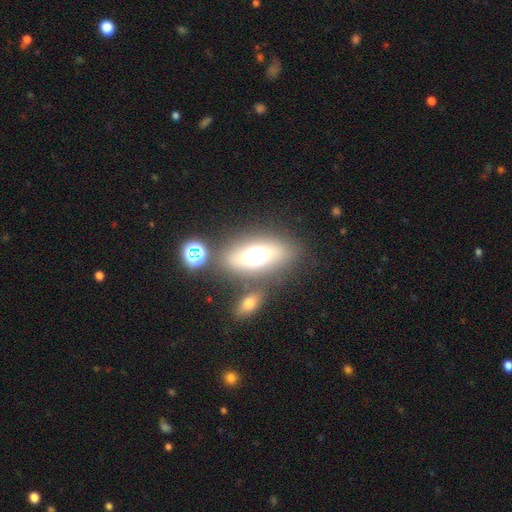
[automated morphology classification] smooth_or_featured: smooth (p=0.57) [alt: featured or disk p=0.26]
how_rounded: in between (p=0.75) [alt: round p=0.16]
merging: none (p=0.70) [alt: merger p=0.14]